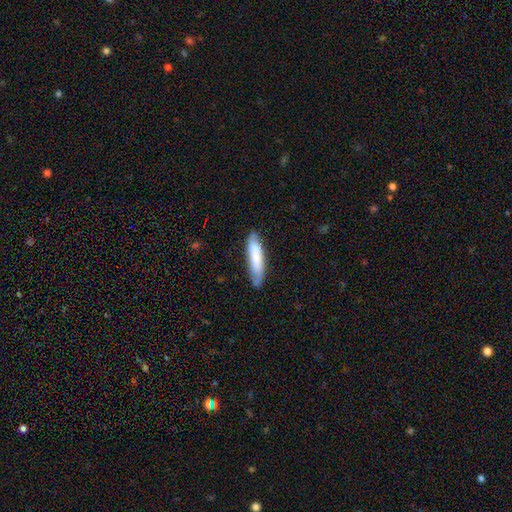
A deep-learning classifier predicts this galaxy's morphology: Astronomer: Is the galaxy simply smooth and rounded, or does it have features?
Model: smooth — 71%.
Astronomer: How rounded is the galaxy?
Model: cigar-shaped — 79%.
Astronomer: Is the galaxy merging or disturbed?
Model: none — 74%.